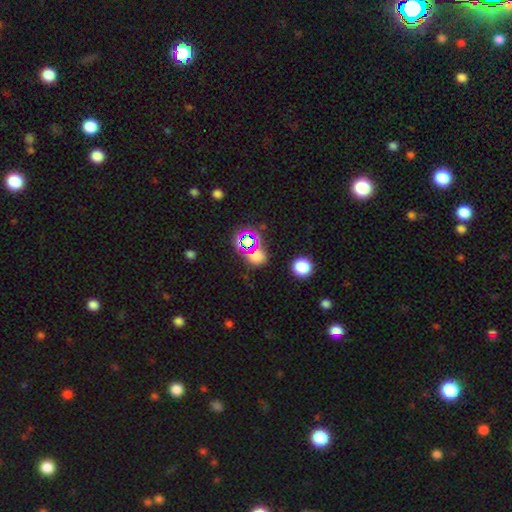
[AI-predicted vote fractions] The model was most divided on "smooth or featured" (2-way tie): smooth: 46%, star or artifact: 46%, featured or disk: 8%. More confident: merging — none (67%).